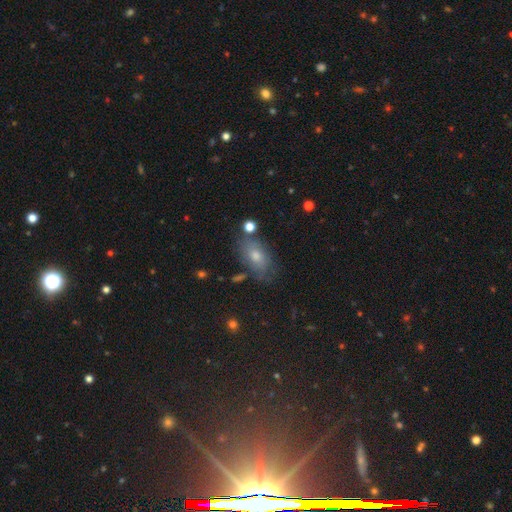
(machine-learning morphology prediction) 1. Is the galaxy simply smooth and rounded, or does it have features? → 55% smooth, 27% featured or disk, 18% star or artifact.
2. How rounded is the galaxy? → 86% in between, 10% round, 5% cigar-shaped.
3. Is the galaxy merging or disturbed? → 72% none, 18% minor disturbance, 5% major disturbance, 5% merger.